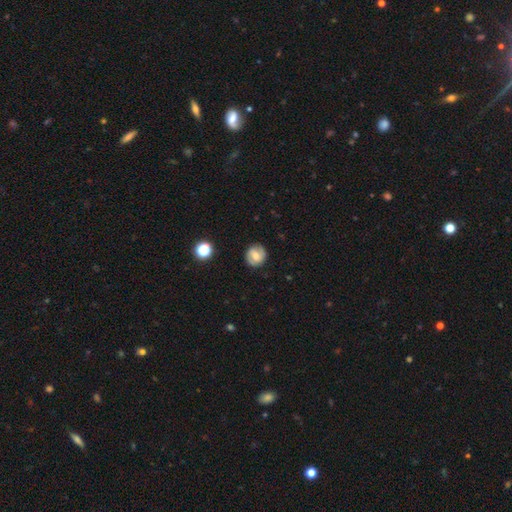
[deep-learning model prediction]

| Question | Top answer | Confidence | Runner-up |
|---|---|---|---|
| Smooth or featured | featured or disk | 47% | smooth (45%) |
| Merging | none | 86% | minor disturbance (10%) |